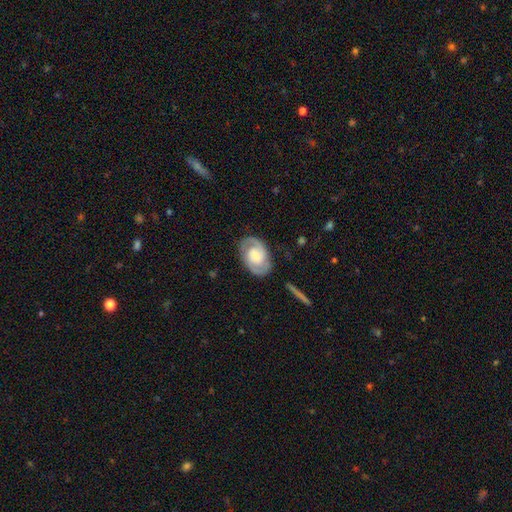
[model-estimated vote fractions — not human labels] Q: Smooth or featured?
A: featured or disk (76%); runner-up: smooth (18%)
Q: Edge-on disk?
A: no (97%); runner-up: yes (3%)
Q: Bar?
A: no (56%); runner-up: weak (35%)
Q: Spiral arms?
A: yes (92%); runner-up: no (8%)
Q: Spiral winding?
A: tight (45%); runner-up: medium (43%)
Q: Spiral arm count?
A: 2 (86%); runner-up: can't tell (7%)
Q: Bulge size?
A: moderate (40%); runner-up: small (30%)
Q: Merging?
A: none (80%); runner-up: minor disturbance (14%)